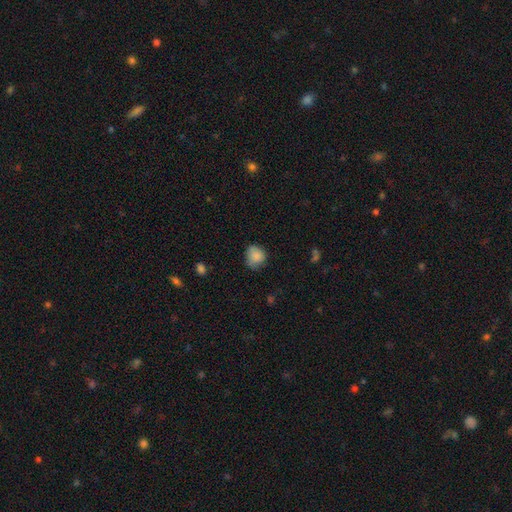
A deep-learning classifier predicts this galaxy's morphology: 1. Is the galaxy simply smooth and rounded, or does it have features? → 86% smooth, 8% star or artifact, 6% featured or disk.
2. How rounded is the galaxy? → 75% round, 25% in between, 1% cigar-shaped.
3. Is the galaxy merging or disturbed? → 65% none, 28% minor disturbance, 6% major disturbance, 1% merger.